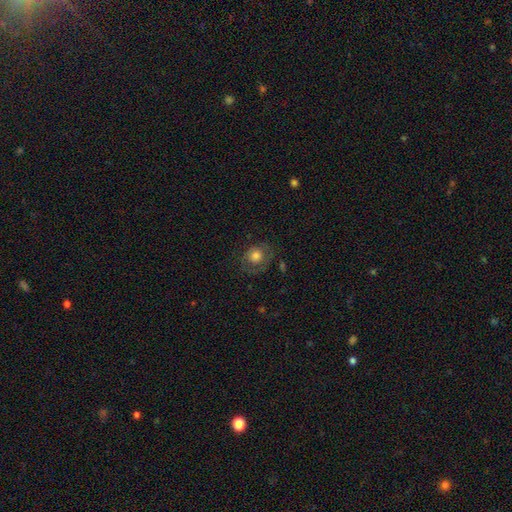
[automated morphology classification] The model was most divided on "merging": none: 65%, minor disturbance: 20%, major disturbance: 13%, merger: 2%. More confident: how rounded — round (78%); smooth or featured — smooth (68%).